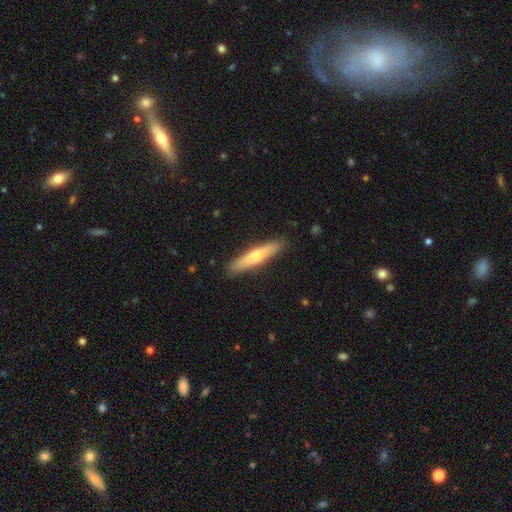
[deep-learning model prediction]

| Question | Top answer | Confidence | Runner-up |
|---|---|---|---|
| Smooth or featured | smooth | 58% | featured or disk (36%) |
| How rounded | cigar-shaped | 89% | in between (10%) |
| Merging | none | 89% | minor disturbance (8%) |